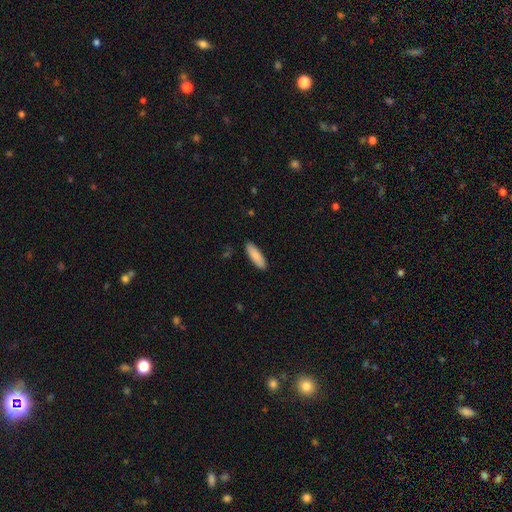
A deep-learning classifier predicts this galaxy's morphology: Smooth or featured? Predicted: smooth (p=0.86). How rounded? Predicted: in between (p=0.52). Merging? Predicted: none (p=0.89).